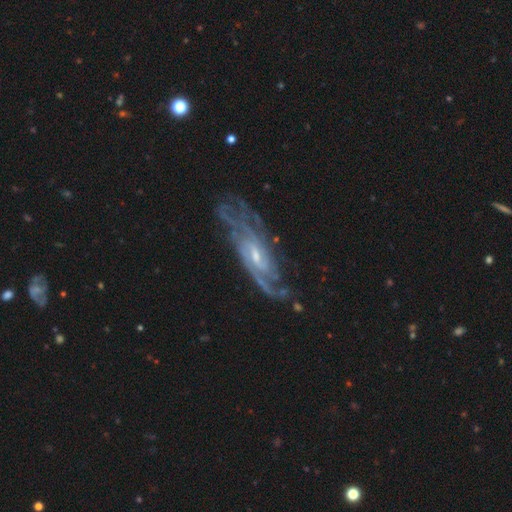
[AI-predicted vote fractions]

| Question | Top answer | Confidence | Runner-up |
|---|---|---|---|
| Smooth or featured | featured or disk | 88% | star or artifact (6%) |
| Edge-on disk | no | 88% | yes (12%) |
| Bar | weak | 47% | no (40%) |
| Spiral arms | yes | 96% | no (4%) |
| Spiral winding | tight | 52% | medium (38%) |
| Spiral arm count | can't tell | 35% | 2 (26%) |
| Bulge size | small | 63% | moderate (31%) |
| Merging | none | 69% | minor disturbance (19%) |